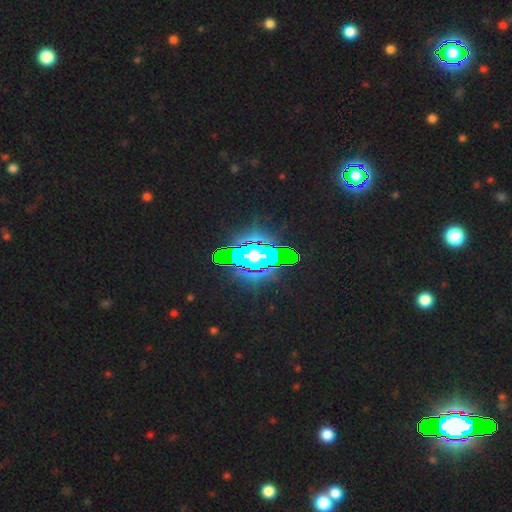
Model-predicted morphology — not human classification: type=star or artifact (83%).